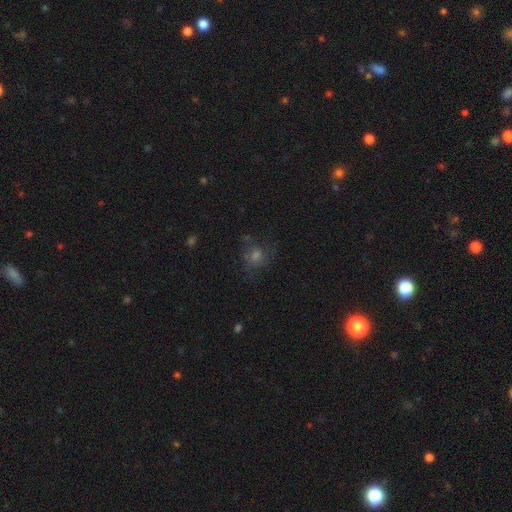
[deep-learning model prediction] A smooth galaxy with no disk features (49%).

Vote fractions:
- Smooth or featured? smooth: 49% / star or artifact: 30% / featured or disk: 22%
- Merging? none: 65% / minor disturbance: 18% / major disturbance: 14% / merger: 4%